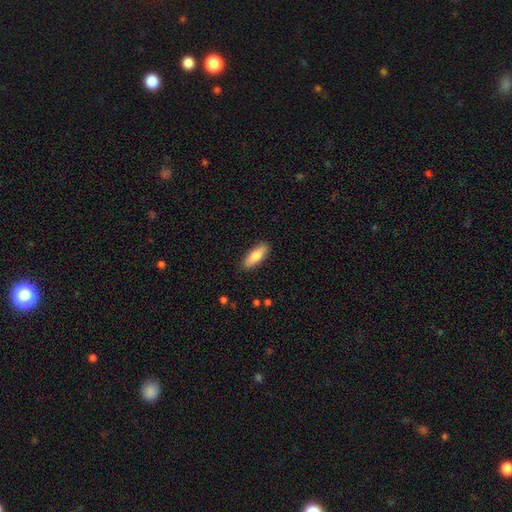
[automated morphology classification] A smooth galaxy with no disk features (76%) that is in between round and cigar-shaped (66%). Merging: none (88%).